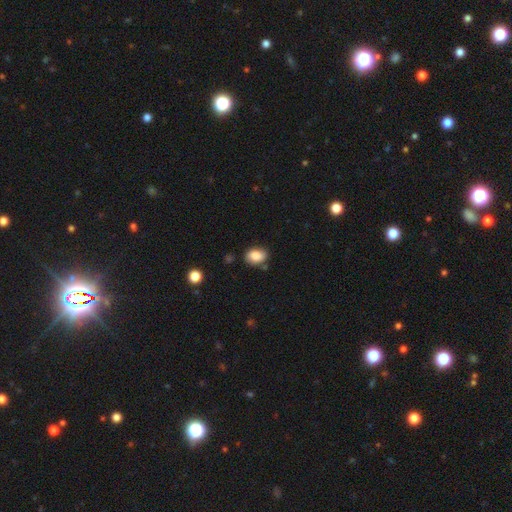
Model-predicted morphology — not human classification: The model was most divided on "how rounded": in between: 75%, round: 23%, cigar-shaped: 1%. More confident: smooth or featured — smooth (84%); merging — none (78%).